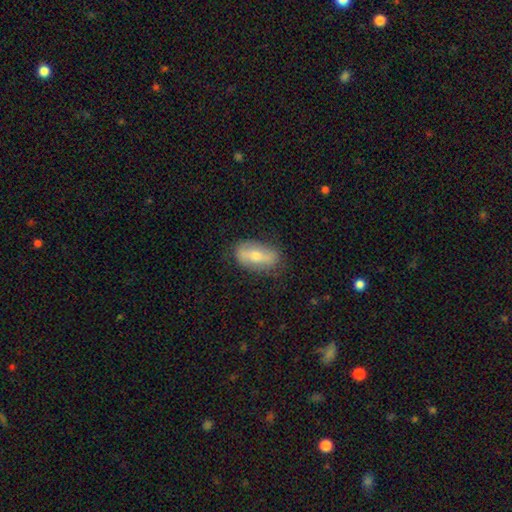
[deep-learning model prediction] smooth_or_featured: smooth (p=0.52) [alt: featured or disk p=0.42]
how_rounded: in between (p=0.83) [alt: cigar-shaped p=0.12]
merging: none (p=0.77) [alt: minor disturbance p=0.17]